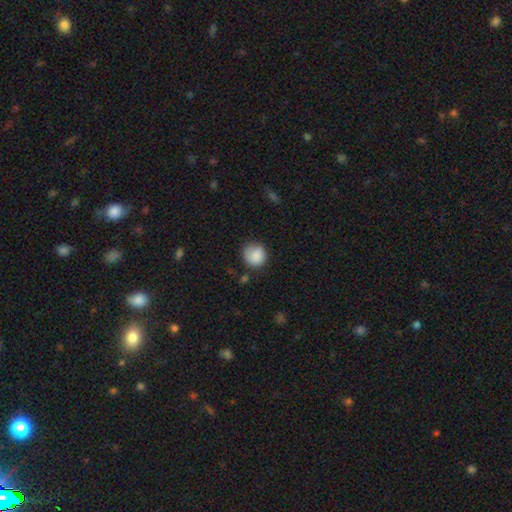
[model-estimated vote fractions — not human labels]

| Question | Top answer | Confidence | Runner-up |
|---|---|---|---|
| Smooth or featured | smooth | 85% | star or artifact (8%) |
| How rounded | round | 85% | in between (14%) |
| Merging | none | 67% | minor disturbance (23%) |